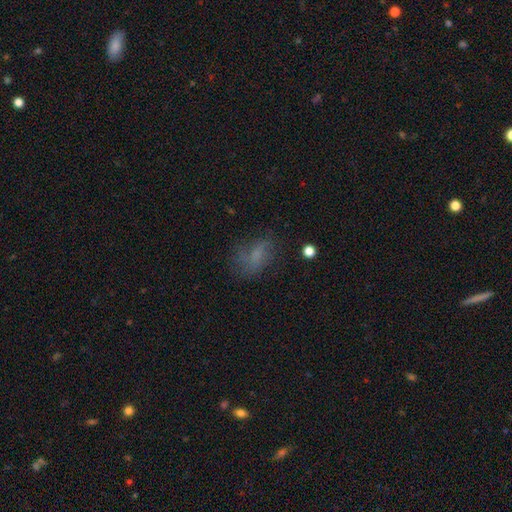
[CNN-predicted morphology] Smooth or featured? Predicted: smooth (p=0.57). How rounded? Predicted: in between (p=0.79). Merging? Predicted: none (p=0.53).